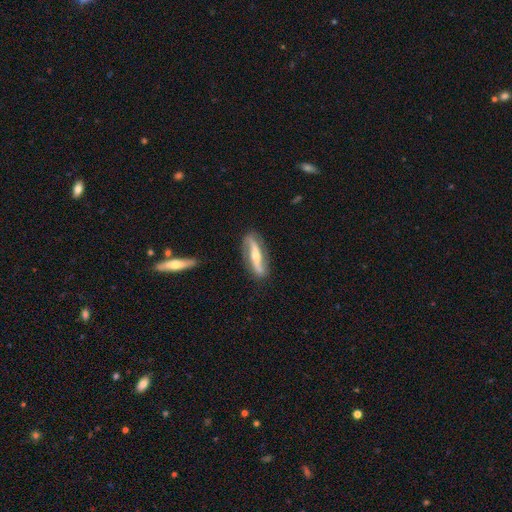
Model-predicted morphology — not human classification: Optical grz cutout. It shows a featured or disk galaxy (78%) with a strong bar (49%), 2 (91%) loose (63%) spiral arms (89%) and a moderate central bulge (60%). Merging: none (81%).